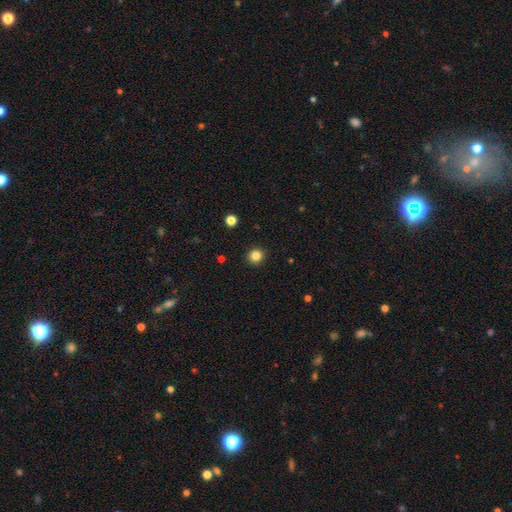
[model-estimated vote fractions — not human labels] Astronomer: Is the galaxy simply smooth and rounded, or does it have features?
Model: smooth — 84%.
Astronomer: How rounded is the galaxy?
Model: round — 94%.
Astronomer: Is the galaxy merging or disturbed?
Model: none — 93%.